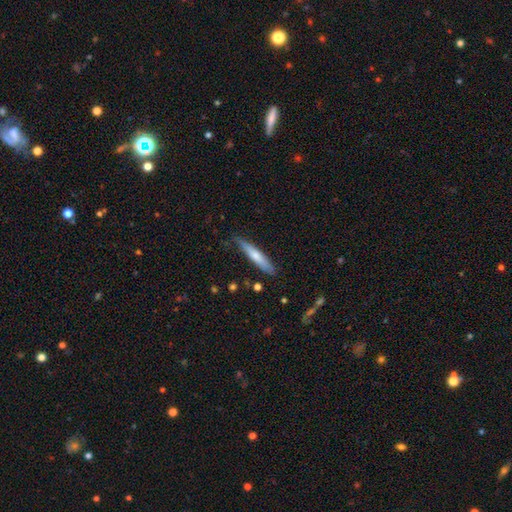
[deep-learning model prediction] This is likely a smooth galaxy (63%). How rounded: clearly cigar-shaped (89%). Merging: likely none (79%).